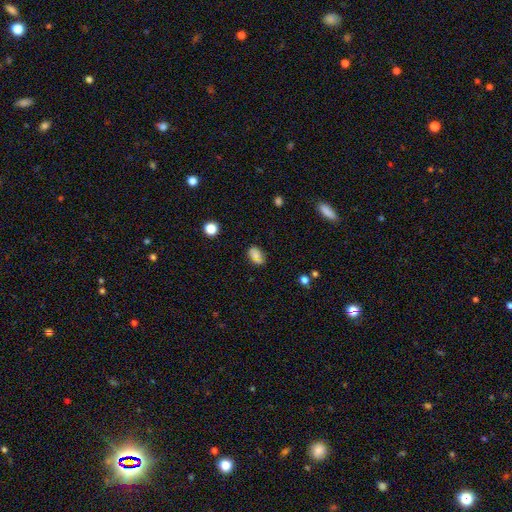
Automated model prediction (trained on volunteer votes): Q: Smooth or featured?
A: smooth (70%); runner-up: star or artifact (15%)
Q: How rounded?
A: in between (79%); runner-up: round (19%)
Q: Merging?
A: none (67%); runner-up: minor disturbance (20%)